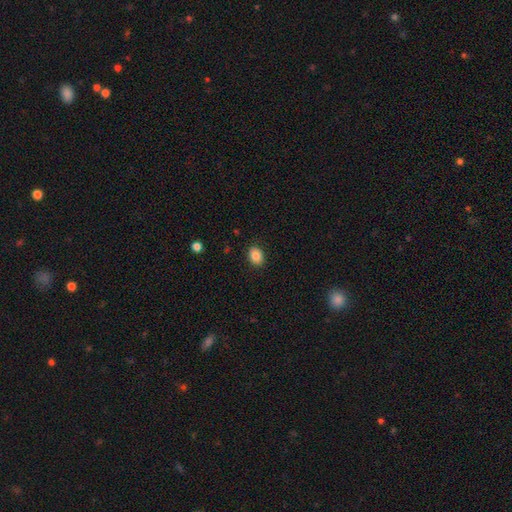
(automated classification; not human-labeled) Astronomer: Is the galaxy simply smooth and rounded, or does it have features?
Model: smooth — 86%.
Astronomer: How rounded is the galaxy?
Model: in between — 65%.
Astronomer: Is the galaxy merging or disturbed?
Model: none — 88%.